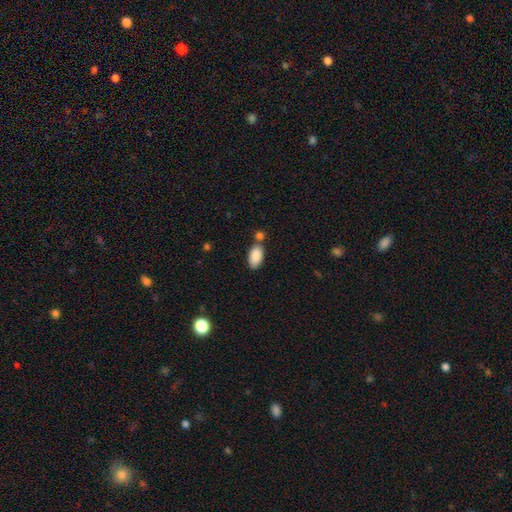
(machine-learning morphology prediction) Overall: smooth (88%). How rounded: in between (94%). Merging: none (63%).